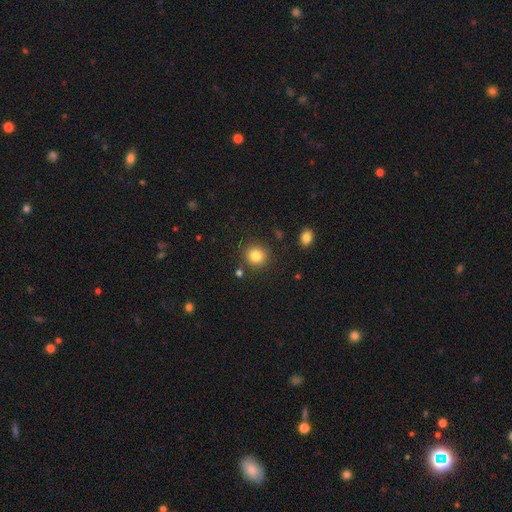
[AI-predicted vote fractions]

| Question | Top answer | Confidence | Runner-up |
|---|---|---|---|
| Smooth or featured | smooth | 83% | star or artifact (11%) |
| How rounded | round | 88% | in between (11%) |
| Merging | none | 84% | minor disturbance (8%) |